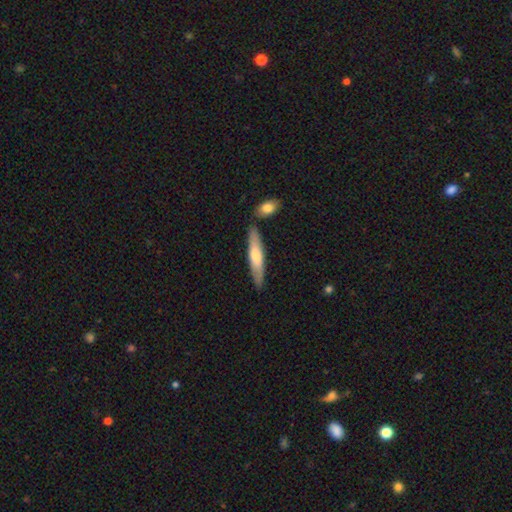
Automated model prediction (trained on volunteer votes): Smooth or featured? Predicted: smooth (p=0.56). How rounded? Predicted: cigar-shaped (p=0.86). Merging? Predicted: none (p=0.83).